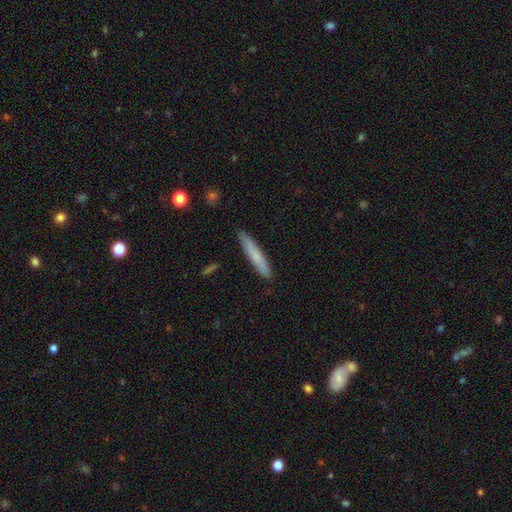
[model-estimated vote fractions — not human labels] Smooth or featured? smooth (68%)
How rounded? cigar-shaped (93%)
Merging? none (88%)